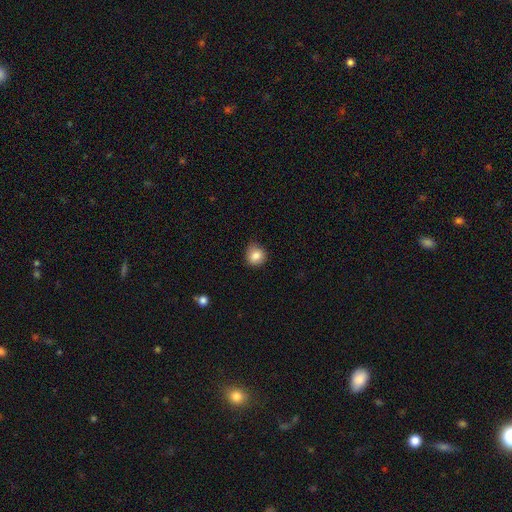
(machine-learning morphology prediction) A smooth galaxy with no disk features (84%) that is round (81%).

Vote fractions:
- Smooth or featured? smooth: 84% / star or artifact: 10% / featured or disk: 6%
- How rounded? round: 81% / in between: 18% / cigar-shaped: 1%
- Merging? none: 74% / minor disturbance: 21% / major disturbance: 4% / merger: 1%